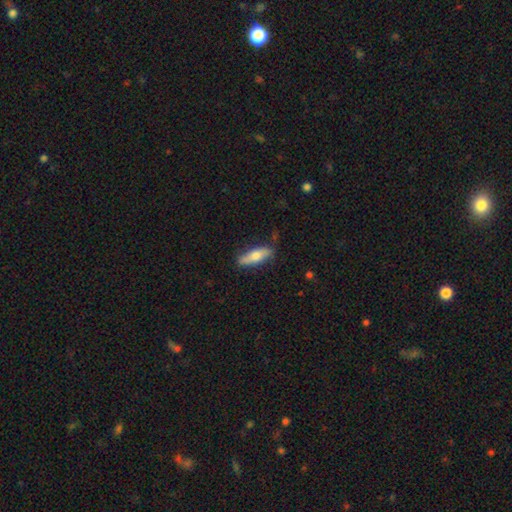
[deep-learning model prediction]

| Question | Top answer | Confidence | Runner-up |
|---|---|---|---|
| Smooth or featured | smooth | 66% | featured or disk (28%) |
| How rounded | cigar-shaped | 51% | in between (47%) |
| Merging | none | 81% | minor disturbance (15%) |